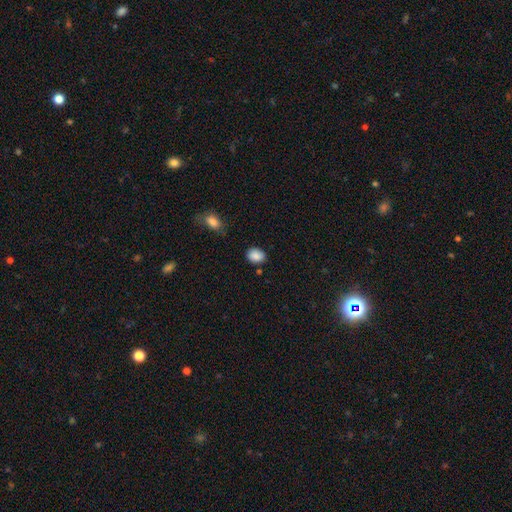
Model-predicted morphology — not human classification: Smooth or featured? Predicted: smooth (p=0.88). How rounded? Predicted: in between (p=0.61). Merging? Predicted: none (p=0.80).